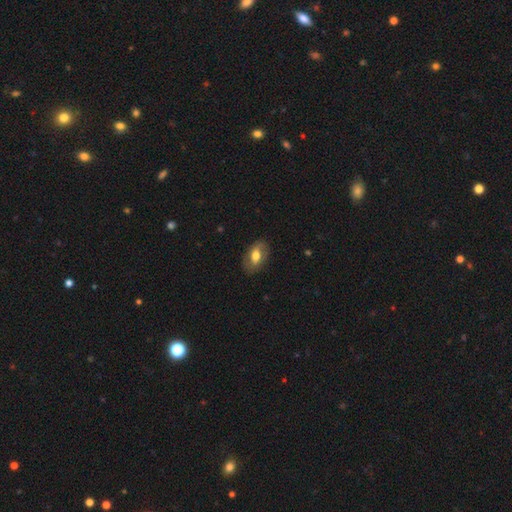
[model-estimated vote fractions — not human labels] smooth 55%, featured or disk 38%, star or artifact 7%. Down the decision tree: how rounded — in between (89%); merging — none (80%).